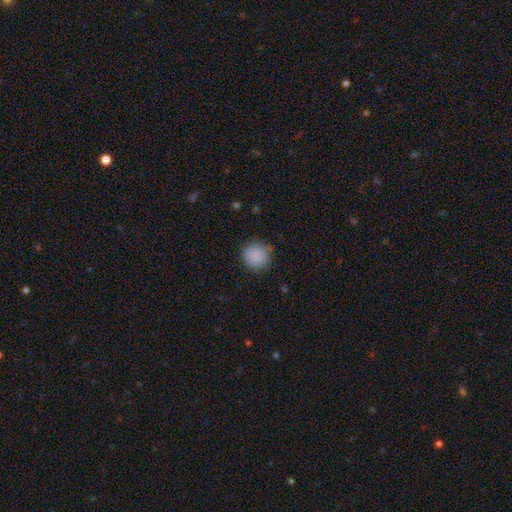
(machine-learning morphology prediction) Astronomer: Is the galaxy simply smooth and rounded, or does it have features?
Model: smooth — 88%.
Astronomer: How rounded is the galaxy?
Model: round — 93%.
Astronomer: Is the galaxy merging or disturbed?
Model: none — 85%.